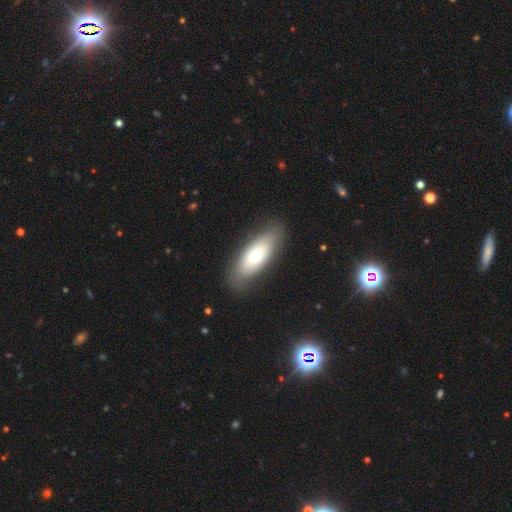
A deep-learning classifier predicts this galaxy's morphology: Smooth or featured? smooth (62%)
How rounded? in between (75%)
Merging? none (83%)